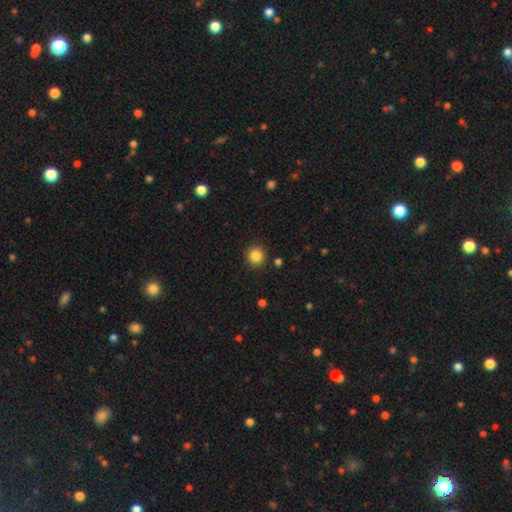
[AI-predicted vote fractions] Q: Smooth or featured?
A: smooth (86%); runner-up: star or artifact (11%)
Q: How rounded?
A: round (94%); runner-up: in between (5%)
Q: Merging?
A: none (91%); runner-up: minor disturbance (6%)